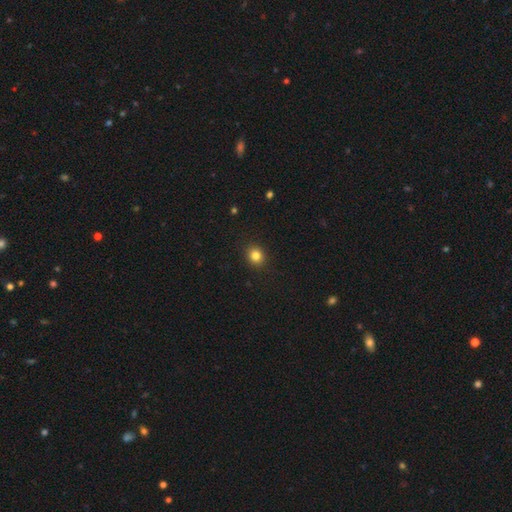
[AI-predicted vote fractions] The model was most divided on "how rounded": round: 75%, in between: 24%, cigar-shaped: 1%. More confident: merging — none (91%); smooth or featured — smooth (82%).